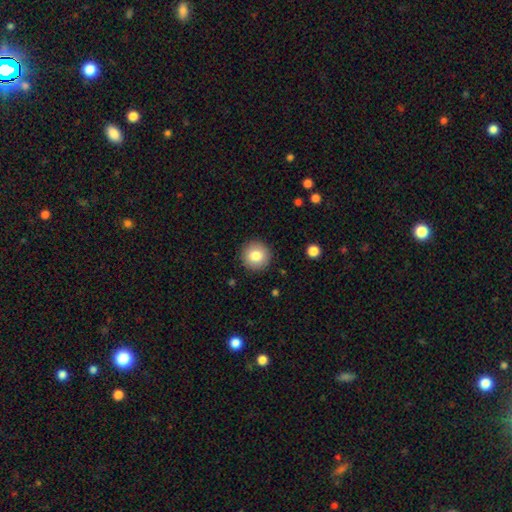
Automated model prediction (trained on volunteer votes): Q: Smooth or featured?
A: smooth (81%); runner-up: featured or disk (10%)
Q: How rounded?
A: round (94%); runner-up: in between (5%)
Q: Merging?
A: none (91%); runner-up: minor disturbance (6%)